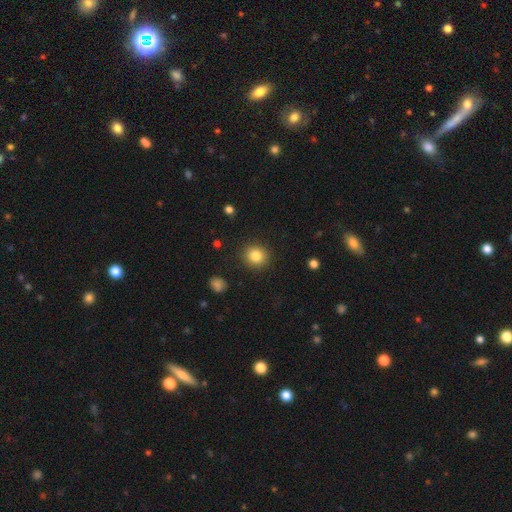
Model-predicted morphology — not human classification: The model was most divided on "smooth or featured": smooth: 84%, star or artifact: 10%, featured or disk: 6%. More confident: merging — none (90%); how rounded — round (88%).